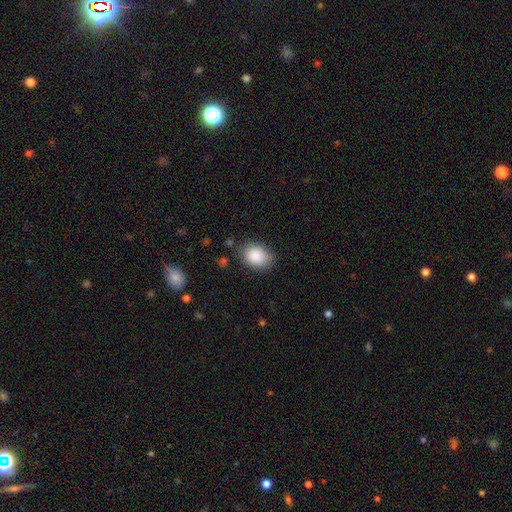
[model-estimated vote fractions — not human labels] This is clearly a smooth galaxy (88%). How rounded: likely in between (72%). Merging: likely none (78%).